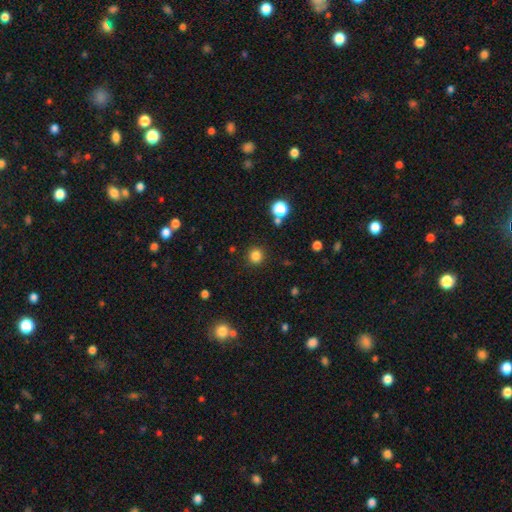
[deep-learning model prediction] Overall: smooth (82%). How rounded: round (93%). Merging: none (90%).